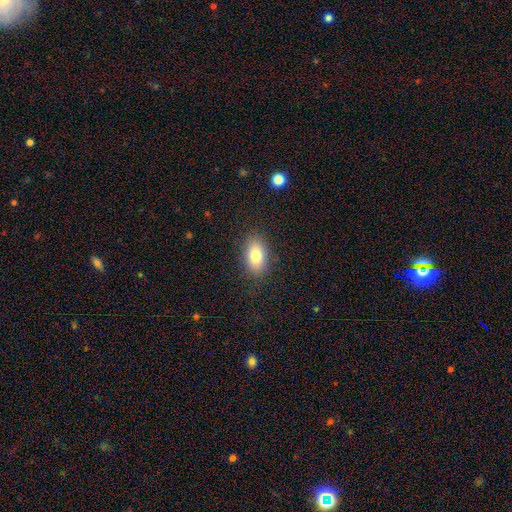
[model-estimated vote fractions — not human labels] A smooth galaxy with no disk features (78%) that is in between round and cigar-shaped (88%). Merging: none (86%).